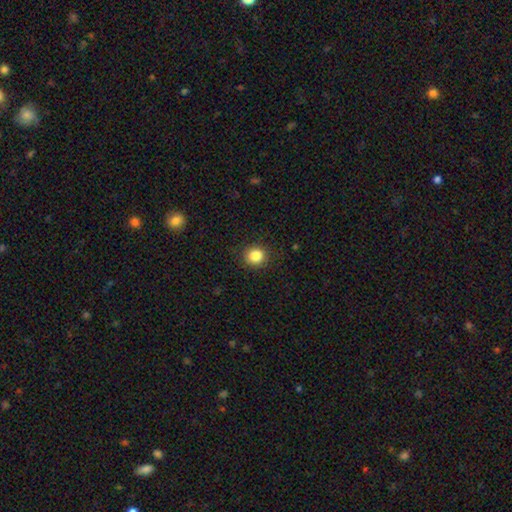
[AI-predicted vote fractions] A smooth galaxy with no disk features (86%) that is round (87%). Merging: none (89%).